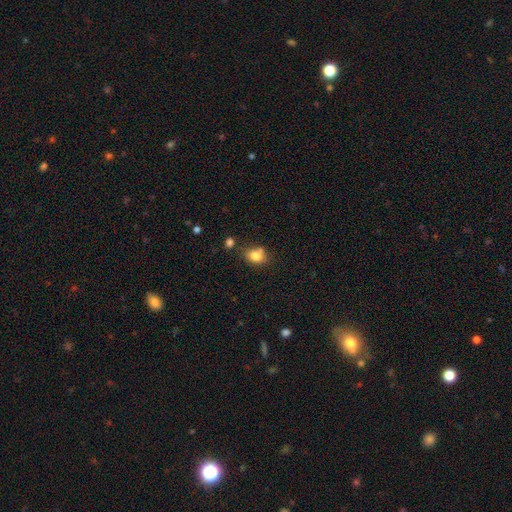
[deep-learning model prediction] Morphology: type=smooth (81%); roundness=in between (54%); merging=none (63%).